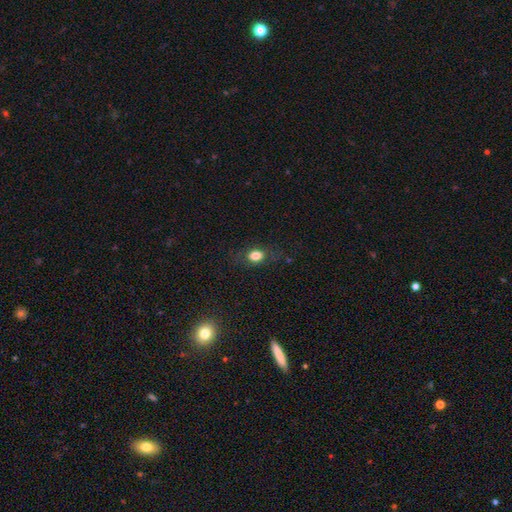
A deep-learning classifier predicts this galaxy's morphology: Overall: smooth (79%). How rounded: in between (68%; round 30%). Merging: none (77%).